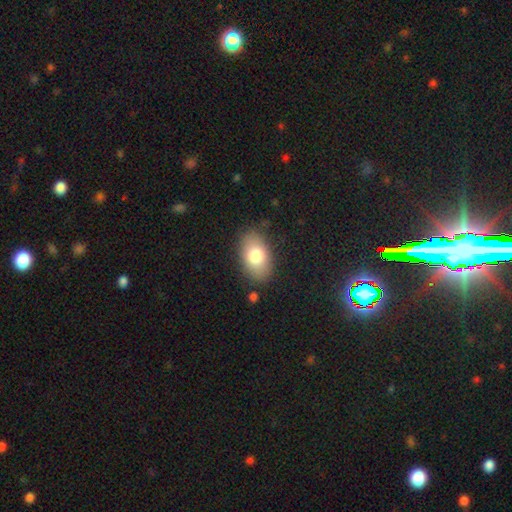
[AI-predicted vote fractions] smooth-or-featured: smooth: 78% | featured or disk: 14% | star or artifact: 8%
  how-rounded: in between: 90% | round: 9% | cigar-shaped: 1%
  merging: none: 82% | minor disturbance: 13% | major disturbance: 4% | merger: 2%